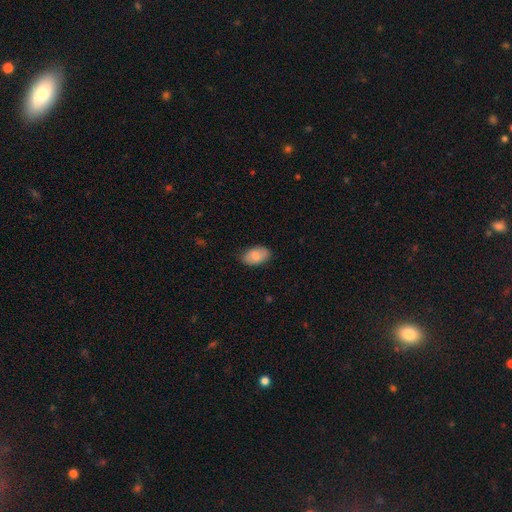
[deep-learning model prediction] Smooth or featured? smooth (85%)
How rounded? in between (93%)
Merging? none (82%)